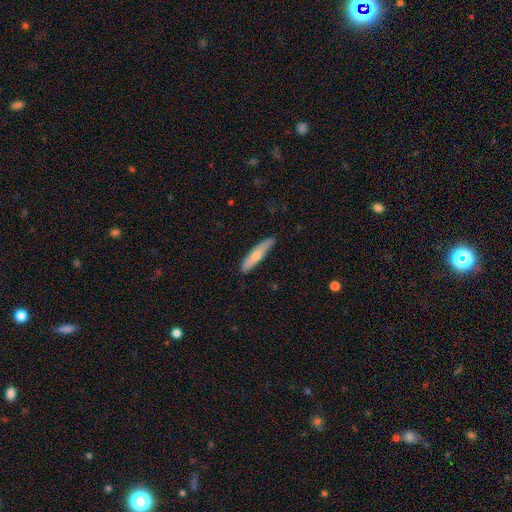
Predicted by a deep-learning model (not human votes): The model was most divided on "smooth or featured": smooth: 65%, featured or disk: 30%, star or artifact: 5%. More confident: how rounded — cigar-shaped (86%); merging — none (84%).